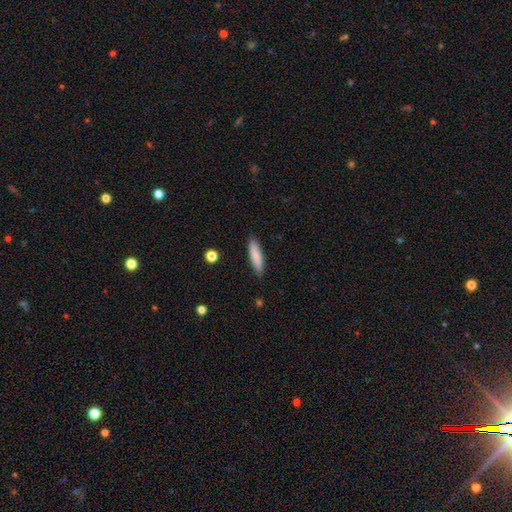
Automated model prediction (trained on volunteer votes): smooth 83%, featured or disk 11%, star or artifact 6%. Down the decision tree: how rounded — cigar-shaped (70%); merging — none (88%).